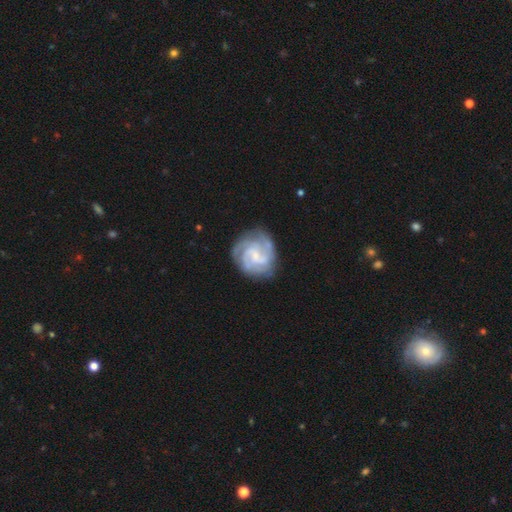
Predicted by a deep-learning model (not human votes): Smooth or featured: featured or disk — 82% (smooth — 13%)
Edge-on disk: no — 98% (yes — 2%)
Bar: no — 46% (weak — 45%)
Spiral arms: yes — 95% (no — 5%)
Spiral winding: tight — 50% (medium — 40%)
Spiral arm count: 3 — 34% (2 — 23%)
Bulge size: small — 56% (moderate — 23%)
Merging: none — 73% (minor disturbance — 17%)